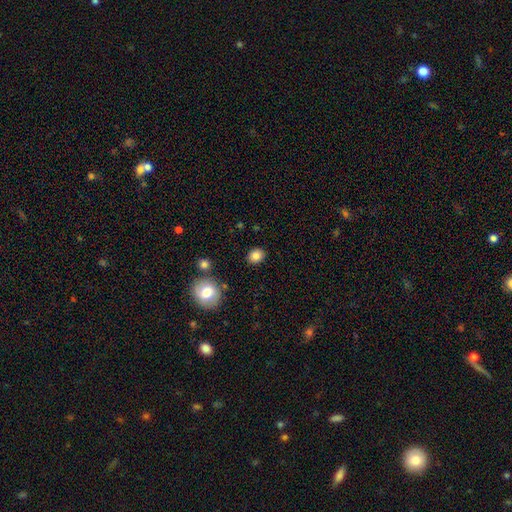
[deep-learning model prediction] smooth-or-featured: smooth: 84% | star or artifact: 10% | featured or disk: 6%
  how-rounded: round: 71% | in between: 28% | cigar-shaped: 1%
  merging: none: 87% | minor disturbance: 8% | merger: 3% | major disturbance: 2%